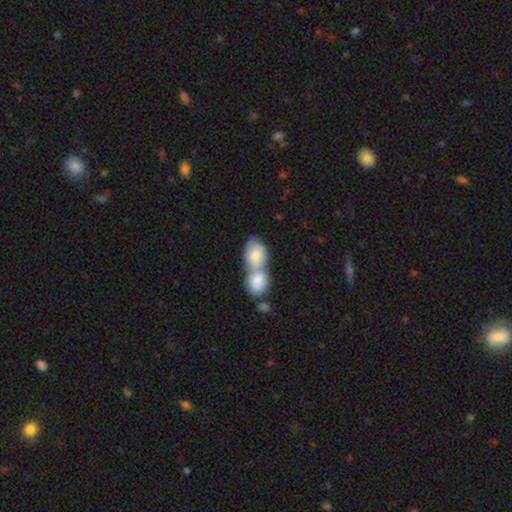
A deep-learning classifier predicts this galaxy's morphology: This is likely a smooth galaxy (74%). How rounded: likely in between (65%). Merging: likely merger (75%).